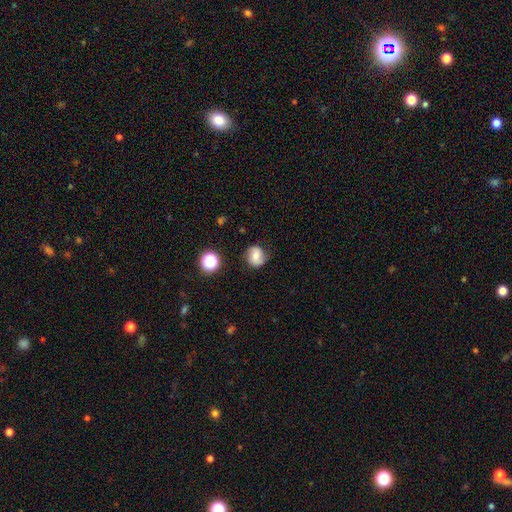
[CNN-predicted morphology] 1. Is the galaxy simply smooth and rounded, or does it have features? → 59% smooth, 29% featured or disk, 12% star or artifact.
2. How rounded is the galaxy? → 77% round, 22% in between, 1% cigar-shaped.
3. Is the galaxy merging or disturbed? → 70% none, 21% minor disturbance, 6% major disturbance, 2% merger.